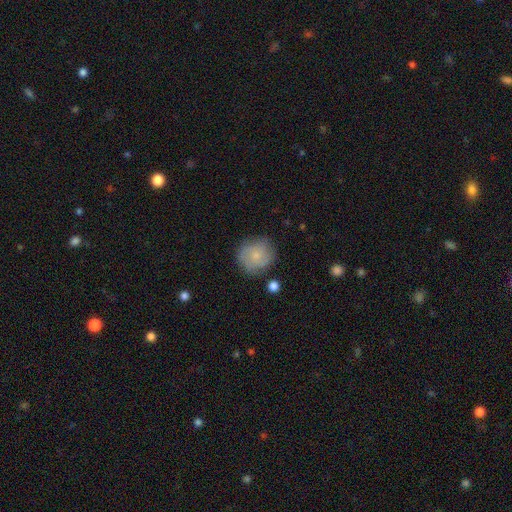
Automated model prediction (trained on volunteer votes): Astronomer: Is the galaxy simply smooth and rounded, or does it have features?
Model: smooth — 56% (runner-up: featured or disk, 36%).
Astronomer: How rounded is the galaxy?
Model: round — 89%.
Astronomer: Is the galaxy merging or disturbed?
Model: none — 76%.